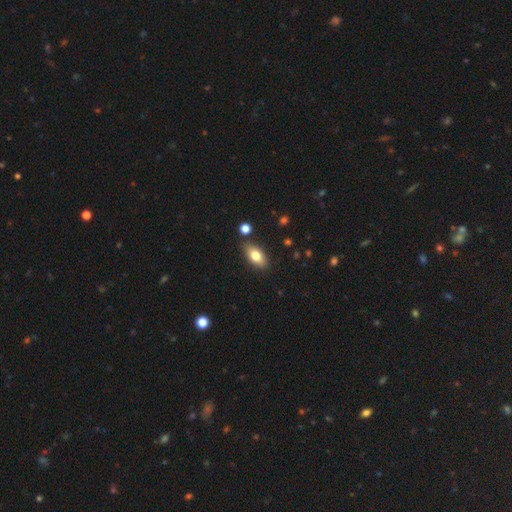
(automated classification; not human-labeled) Morphology: type=smooth (76%); roundness=in between (87%); merging=none (82%).